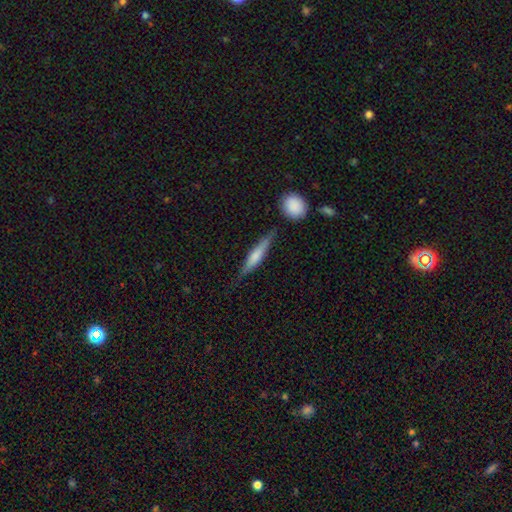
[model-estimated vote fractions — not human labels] Morphology: type=smooth (50%); roundness=cigar-shaped (85%); merging=none (77%).